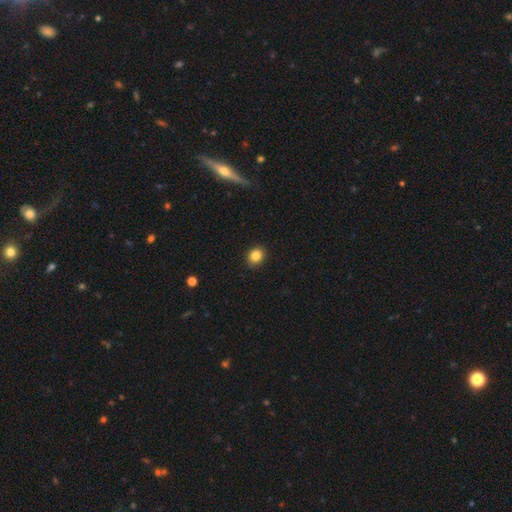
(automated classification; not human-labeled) Smooth or featured? Predicted: smooth (p=0.85). How rounded? Predicted: round (p=0.60). Merging? Predicted: none (p=0.89).